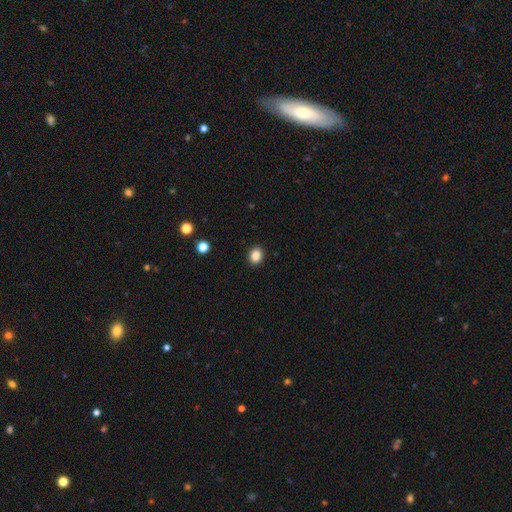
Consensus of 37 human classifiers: smooth 95%, star or artifact 5%, featured or disk 0%. Down the decision tree: how rounded — round (57%); merging — none (94%).